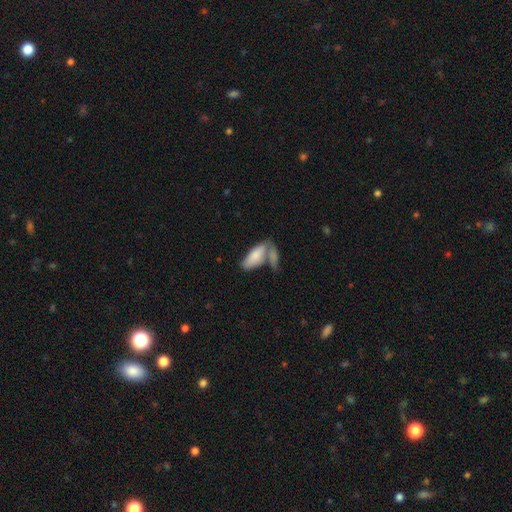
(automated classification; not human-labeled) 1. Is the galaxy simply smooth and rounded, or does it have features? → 79% smooth, 15% featured or disk, 6% star or artifact.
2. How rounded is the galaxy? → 82% in between, 16% cigar-shaped, 2% round.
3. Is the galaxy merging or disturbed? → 47% merger, 33% none, 13% minor disturbance, 7% major disturbance.